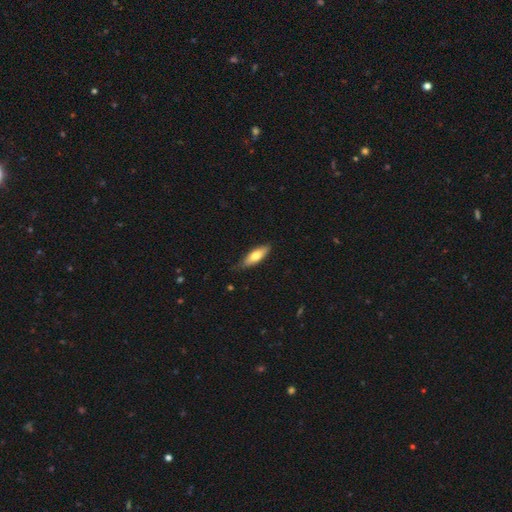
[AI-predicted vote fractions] This appears to be a smooth galaxy with no disk features (69%) that is in between round and cigar-shaped (54%). Merging: none (77%).